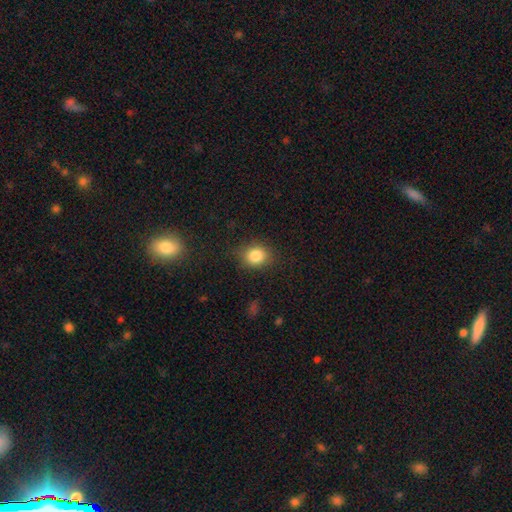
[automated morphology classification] Overall: smooth (84%). How rounded: round (59%; in between 40%). Merging: none (81%).